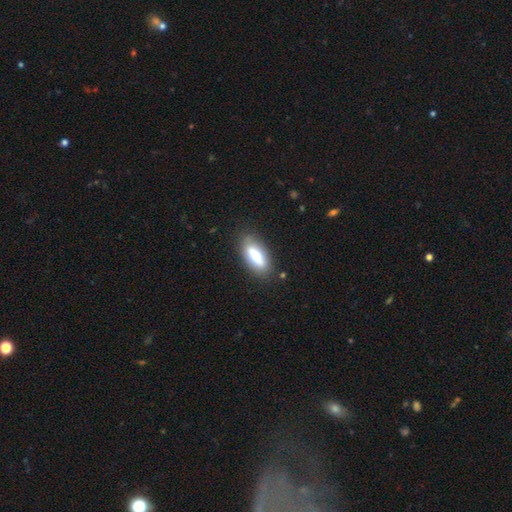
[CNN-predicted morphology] This is likely a smooth galaxy (66%). How rounded: likely in between (77%). Merging: clearly none (83%).